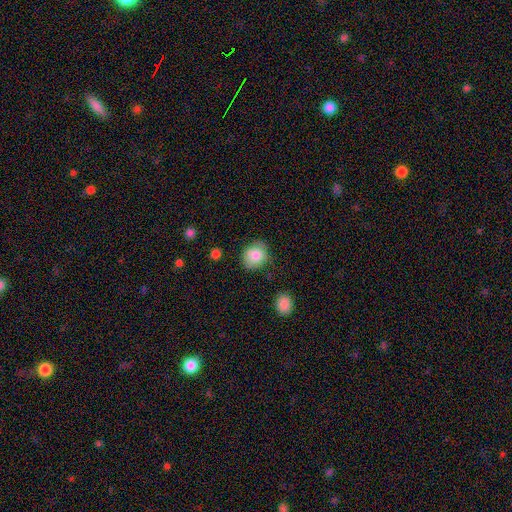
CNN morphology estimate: smooth_or_featured: smooth (p=0.84) [alt: featured or disk p=0.08]
how_rounded: round (p=0.66) [alt: in between p=0.33]
merging: none (p=0.72) [alt: minor disturbance p=0.21]